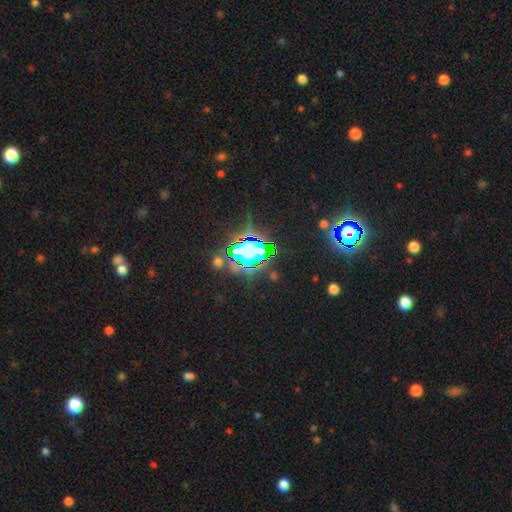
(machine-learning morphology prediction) This appears to be a star or artifact, not a galaxy (67%).